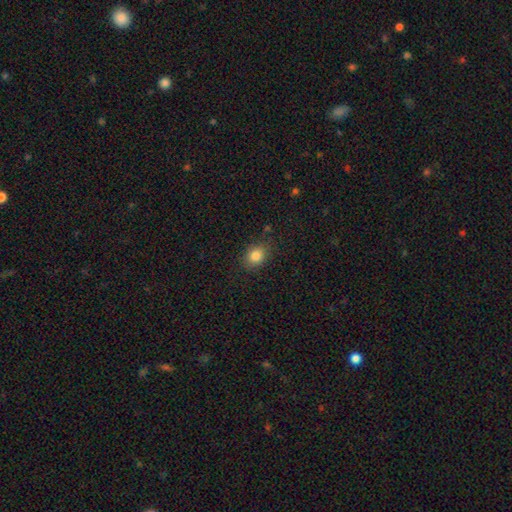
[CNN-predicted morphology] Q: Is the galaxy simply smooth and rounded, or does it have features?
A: smooth — 84%.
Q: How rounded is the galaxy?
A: round — 50%.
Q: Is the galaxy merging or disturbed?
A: none — 84%.